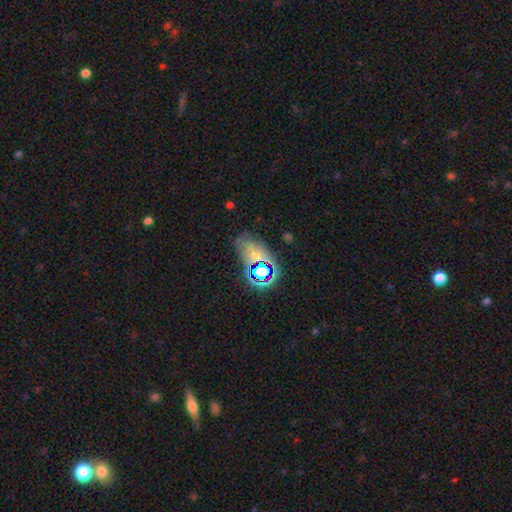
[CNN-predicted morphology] Smooth or featured? Predicted: star or artifact (p=0.41).